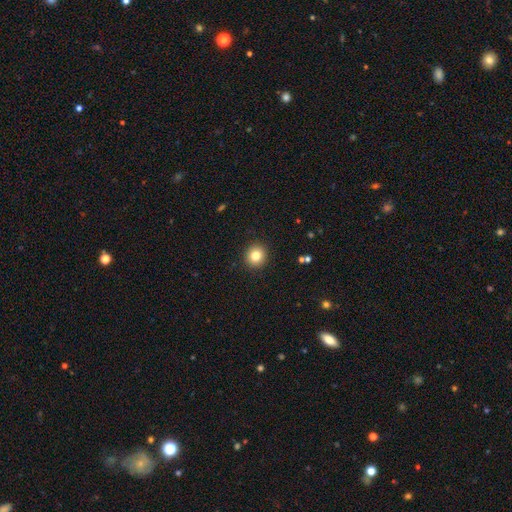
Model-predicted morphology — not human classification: Q: Smooth or featured?
A: smooth (82%); runner-up: star or artifact (11%)
Q: How rounded?
A: round (90%); runner-up: in between (9%)
Q: Merging?
A: none (92%); runner-up: minor disturbance (5%)